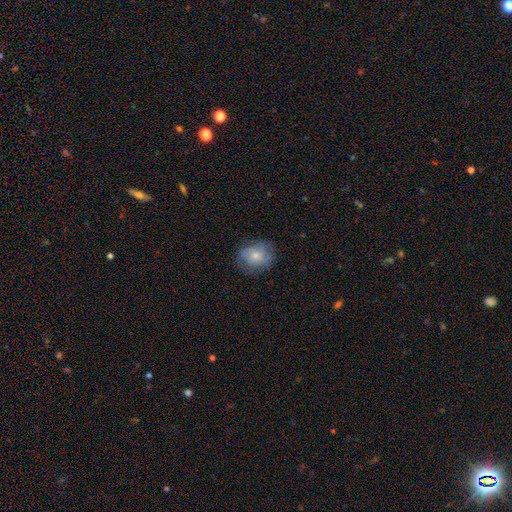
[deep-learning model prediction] Smooth or featured: smooth — 70% (featured or disk — 22%)
How rounded: round — 64% (in between — 35%)
Merging: none — 72% (minor disturbance — 20%)